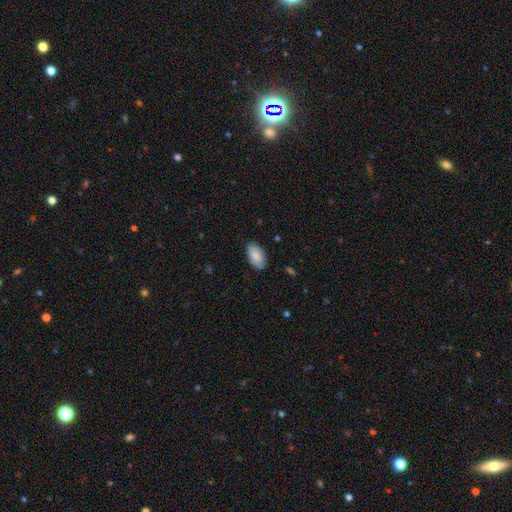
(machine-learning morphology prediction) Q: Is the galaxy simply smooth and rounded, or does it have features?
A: smooth — 87%.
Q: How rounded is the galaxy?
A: in between — 95%.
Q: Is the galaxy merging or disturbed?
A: none — 85%.